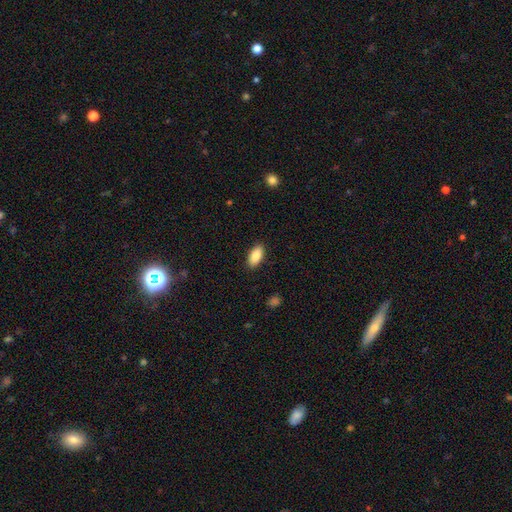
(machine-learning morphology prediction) Overall: smooth (88%). How rounded: in between (91%). Merging: none (89%).